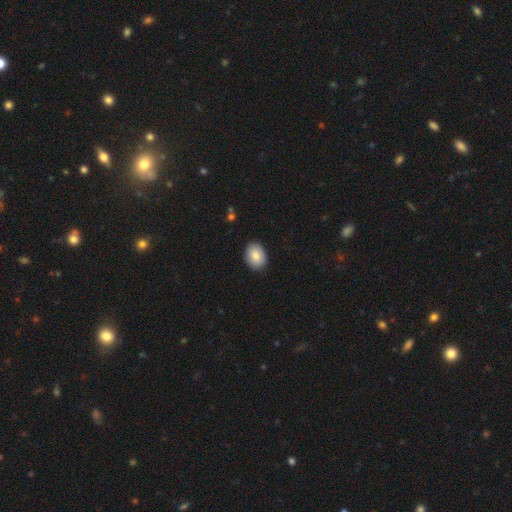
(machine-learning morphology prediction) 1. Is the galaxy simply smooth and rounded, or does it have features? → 86% smooth, 7% featured or disk, 7% star or artifact.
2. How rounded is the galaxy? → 73% in between, 26% round, 1% cigar-shaped.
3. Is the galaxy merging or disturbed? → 89% none, 8% minor disturbance, 2% major disturbance, 1% merger.